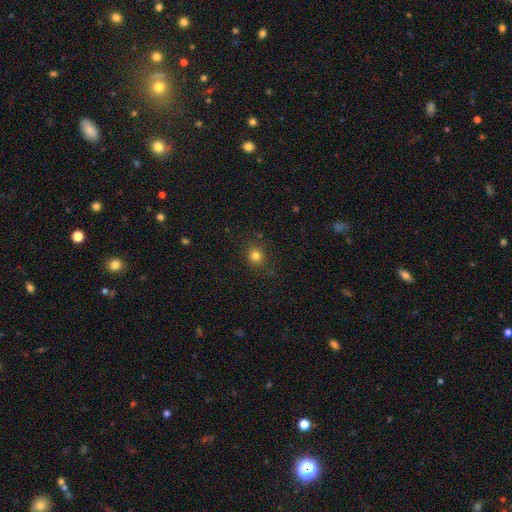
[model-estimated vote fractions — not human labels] Q: Smooth or featured?
A: smooth (80%); runner-up: star or artifact (15%)
Q: How rounded?
A: round (89%); runner-up: in between (10%)
Q: Merging?
A: none (88%); runner-up: minor disturbance (8%)